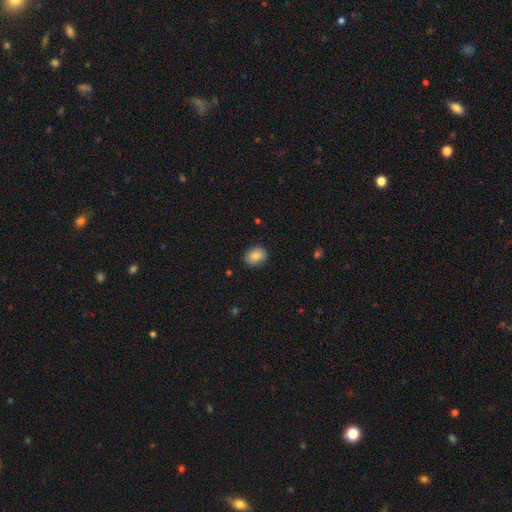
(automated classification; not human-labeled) smooth-or-featured: smooth: 84% | featured or disk: 8% | star or artifact: 8%
  how-rounded: in between: 59% | round: 40% | cigar-shaped: 1%
  merging: none: 86% | minor disturbance: 11% | major disturbance: 2% | merger: 1%